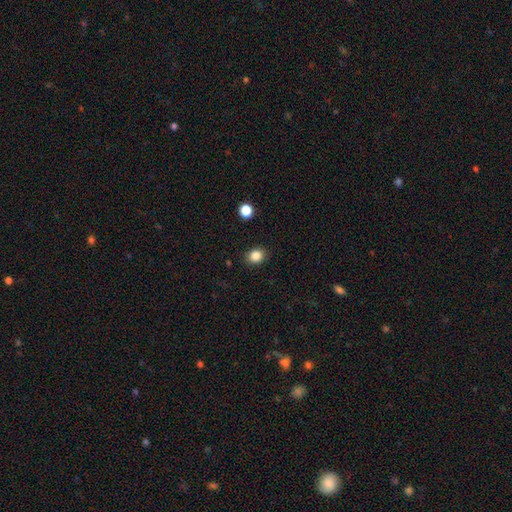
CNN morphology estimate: smooth 85%, star or artifact 11%, featured or disk 4%. Down the decision tree: how rounded — round (59%); merging — none (88%).